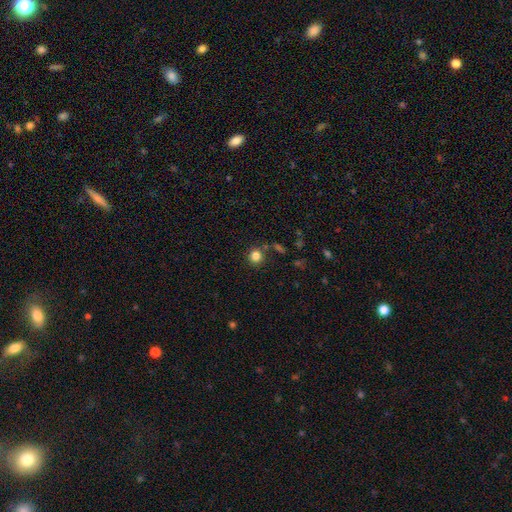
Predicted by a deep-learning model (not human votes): Smooth or featured? Predicted: smooth (p=0.83). How rounded? Predicted: round (p=0.92). Merging? Predicted: none (p=0.81).